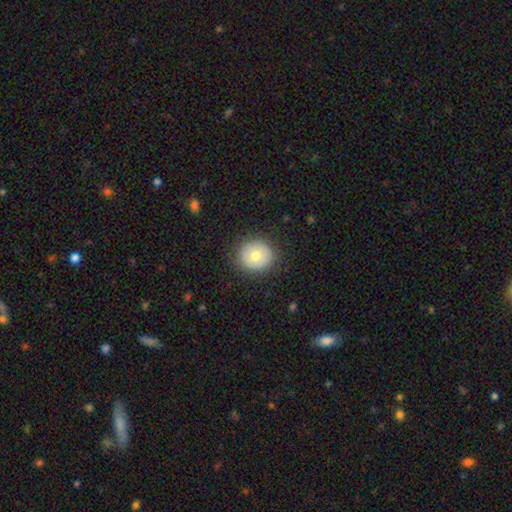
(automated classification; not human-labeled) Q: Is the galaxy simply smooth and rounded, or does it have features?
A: smooth — 70%.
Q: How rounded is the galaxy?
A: round — 88%.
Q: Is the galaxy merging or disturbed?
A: none — 87%.